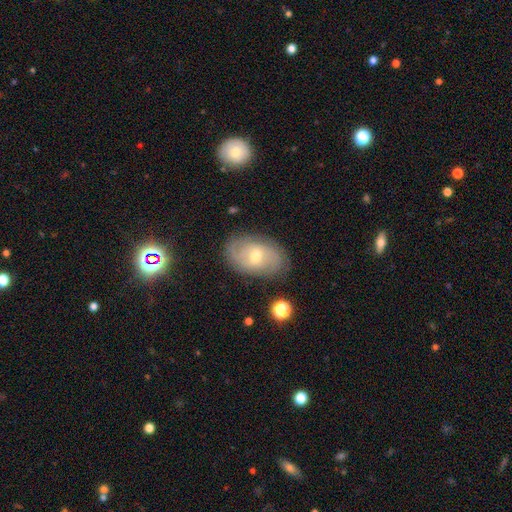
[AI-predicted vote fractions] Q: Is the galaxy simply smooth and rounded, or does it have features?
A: featured or disk — 70%.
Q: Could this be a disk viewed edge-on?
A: no — 95%.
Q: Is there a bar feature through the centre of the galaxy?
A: weak — 49%.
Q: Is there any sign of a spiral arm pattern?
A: yes — 87%.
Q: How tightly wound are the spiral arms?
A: tight — 52%.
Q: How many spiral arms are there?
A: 2 — 44%.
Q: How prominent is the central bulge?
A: moderate — 54%.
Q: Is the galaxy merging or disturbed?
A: none — 80%.